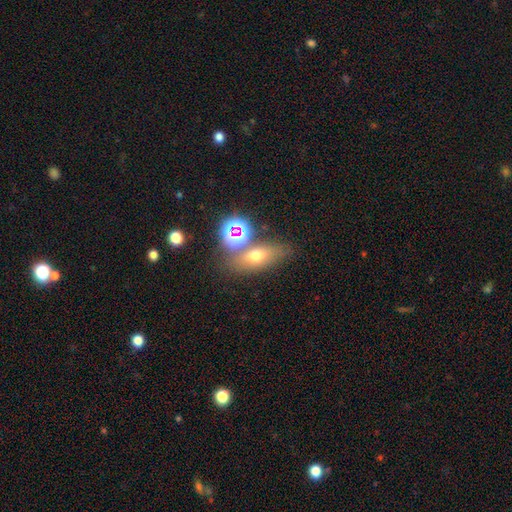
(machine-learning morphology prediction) smooth-or-featured: smooth: 57% | star or artifact: 22% | featured or disk: 21%
  how-rounded: in between: 61% | round: 21% | cigar-shaped: 18%
  merging: none: 66% | merger: 17% | minor disturbance: 12% | major disturbance: 5%